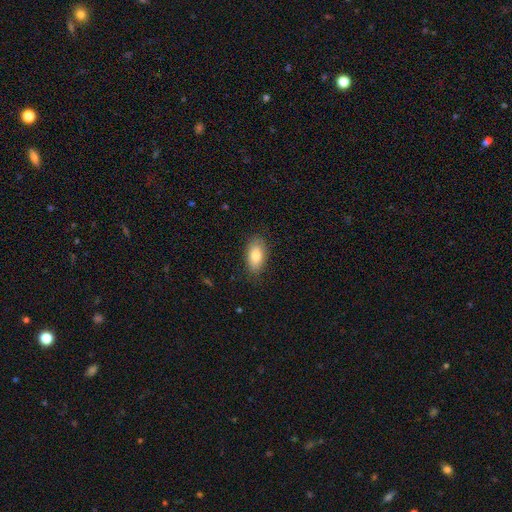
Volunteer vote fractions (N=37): smooth-or-featured: smooth: 84% | featured or disk: 11% | star or artifact: 5%
  how-rounded: in between: 94% | cigar-shaped: 6% | round: 0%
  merging: none: 86% | minor disturbance: 11% | merger: 3% | major disturbance: 0%